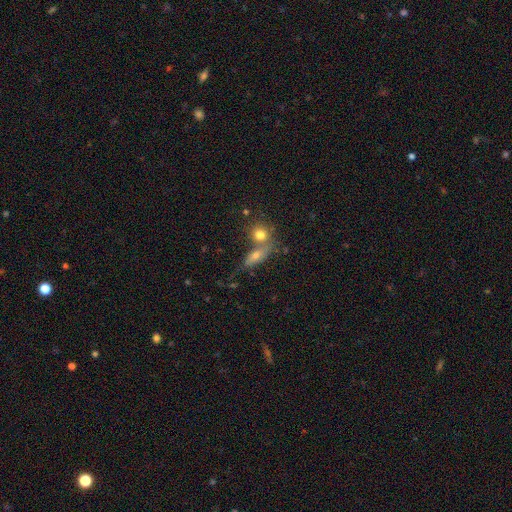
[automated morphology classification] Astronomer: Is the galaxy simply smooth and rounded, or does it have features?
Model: smooth — 66%.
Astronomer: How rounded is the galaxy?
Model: in between — 60%.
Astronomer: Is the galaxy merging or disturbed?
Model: none — 48% (runner-up: merger, 34%).